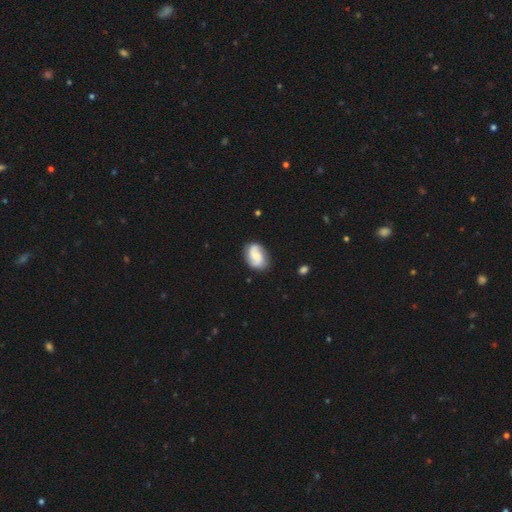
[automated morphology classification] Smooth or featured: featured or disk — 58% (smooth — 35%)
Edge-on disk: no — 97% (yes — 3%)
Bar: no — 58% (weak — 35%)
Spiral arms: yes — 92% (no — 8%)
Spiral winding: medium — 40% (loose — 36%)
Spiral arm count: 2 — 84% (can't tell — 7%)
Bulge size: small — 44% (moderate — 40%)
Merging: none — 79% (minor disturbance — 16%)